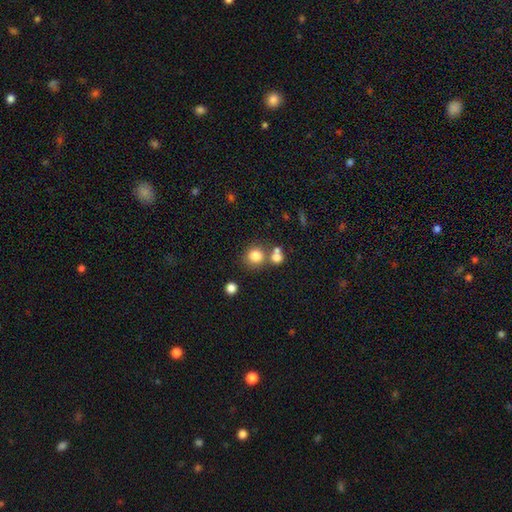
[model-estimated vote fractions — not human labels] Morphology: type=smooth (80%); roundness=round (87%); merging=none (64%).